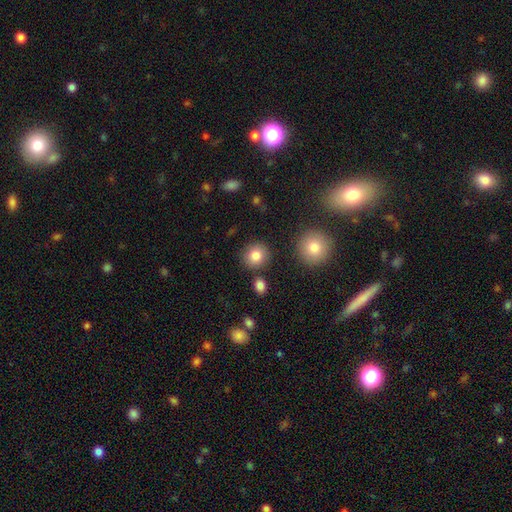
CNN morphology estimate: This is clearly a smooth galaxy (83%). How rounded: clearly round (87%). Merging: clearly none (85%).